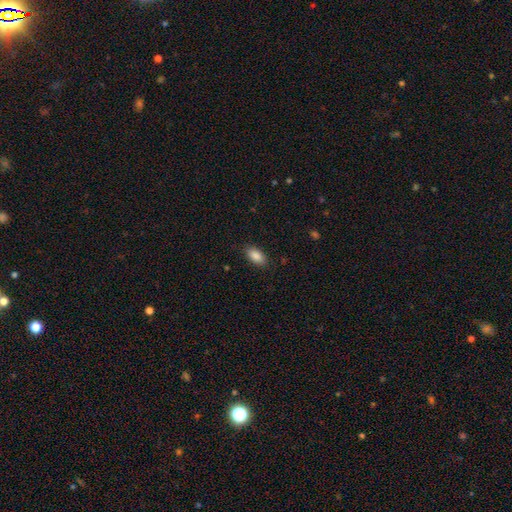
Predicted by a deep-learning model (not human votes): smooth_or_featured: smooth (p=0.88) [alt: star or artifact p=0.07]
how_rounded: in between (p=0.92) [alt: cigar-shaped p=0.04]
merging: none (p=0.87) [alt: minor disturbance p=0.10]